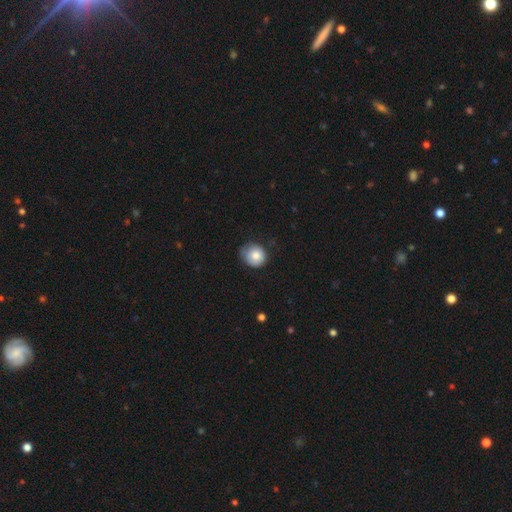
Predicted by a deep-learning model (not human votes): Smooth or featured? Predicted: smooth (p=0.79). How rounded? Predicted: round (p=0.82). Merging? Predicted: none (p=0.60).